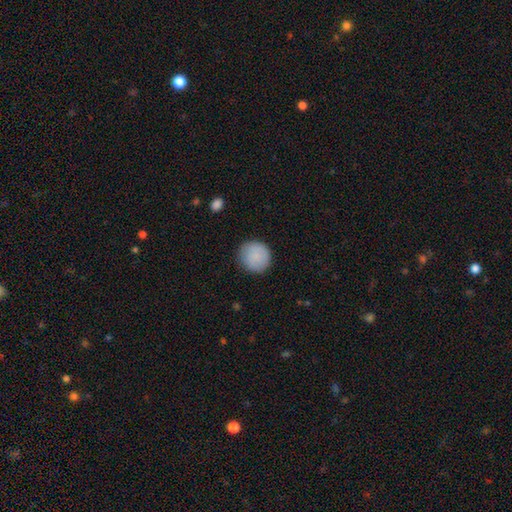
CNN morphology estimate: Smooth or featured?
  - smooth: 87% *
  - star or artifact: 7%
  - featured or disk: 7%
How rounded?
  - round: 93% *
  - in between: 6%
  - cigar-shaped: 1%
Merging?
  - none: 85% *
  - minor disturbance: 11%
  - major disturbance: 3%
  - merger: 1%